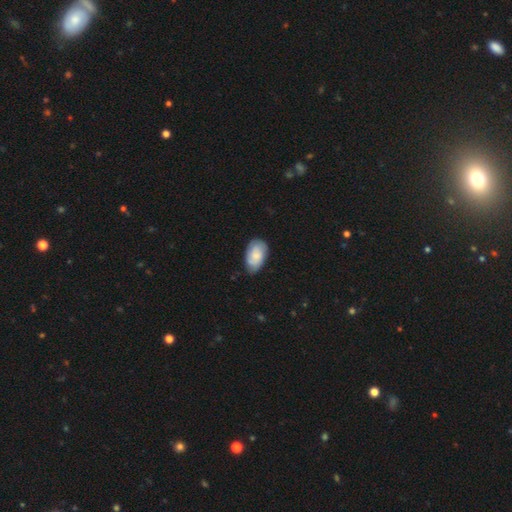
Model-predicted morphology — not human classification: This is possibly a smooth galaxy (58%). How rounded: clearly in between (92%). Merging: likely none (70%).